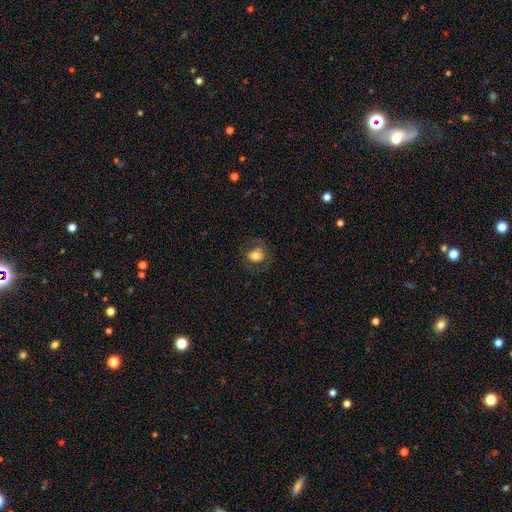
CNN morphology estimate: smooth 60%, featured or disk 30%, star or artifact 9%. Down the decision tree: how rounded — round (56%); merging — none (72%).